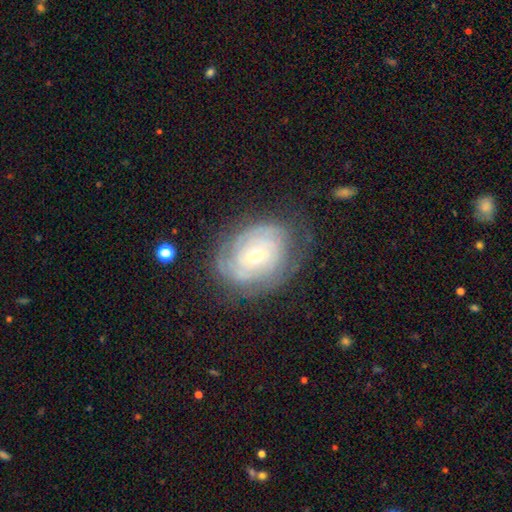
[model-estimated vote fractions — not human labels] Morphology: type=featured or disk (80%); edge-on=no (96%); bar=no (64%); spiral arms=yes (90%); winding=tight (77%); arm count=can't tell (48%); bulge=moderate (54%); merging=none (69%).